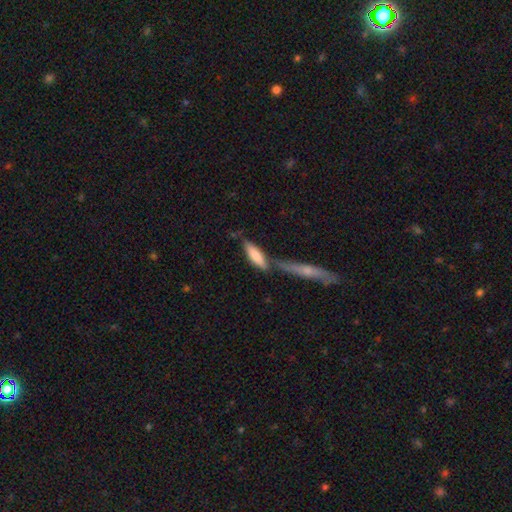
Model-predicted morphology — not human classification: This is likely a smooth galaxy (74%). How rounded: possibly cigar-shaped (59%). Merging: possibly none (49%).